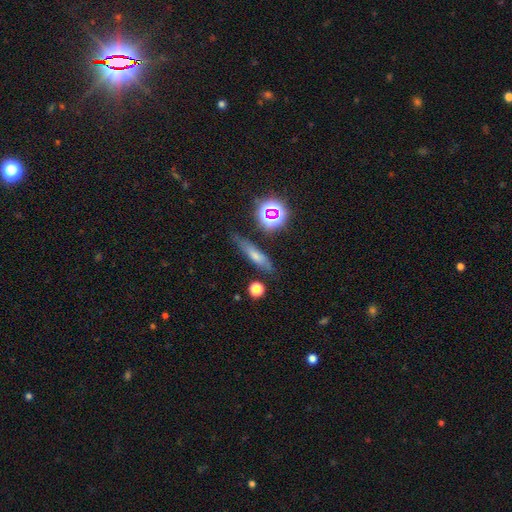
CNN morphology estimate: Q: Smooth or featured?
A: smooth (43%); runner-up: featured or disk (35%)
Q: Merging?
A: none (79%); runner-up: minor disturbance (14%)